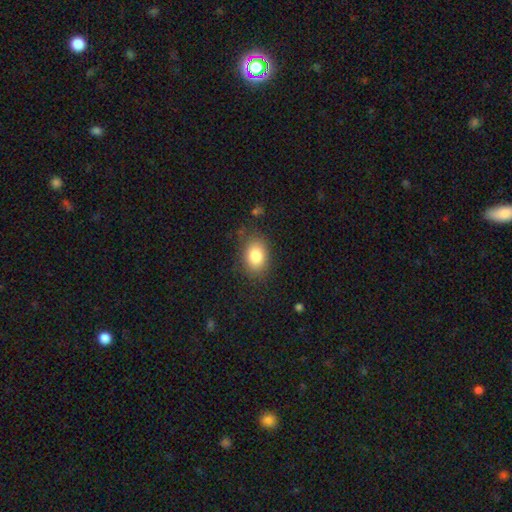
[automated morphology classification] smooth 83%, featured or disk 9%, star or artifact 9%. Down the decision tree: how rounded — in between (75%); merging — none (80%).